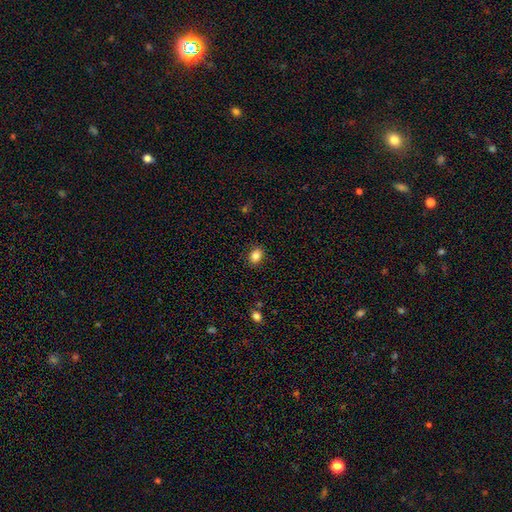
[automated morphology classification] smooth_or_featured: smooth (p=0.86) [alt: star or artifact p=0.10]
how_rounded: in between (p=0.61) [alt: round p=0.38]
merging: none (p=0.87) [alt: minor disturbance p=0.10]